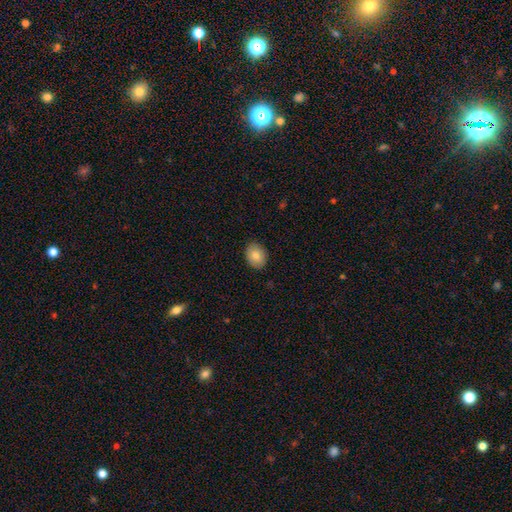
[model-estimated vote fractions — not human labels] Smooth or featured: smooth — 81% (featured or disk — 12%)
How rounded: in between — 68% (round — 31%)
Merging: none — 87% (minor disturbance — 10%)